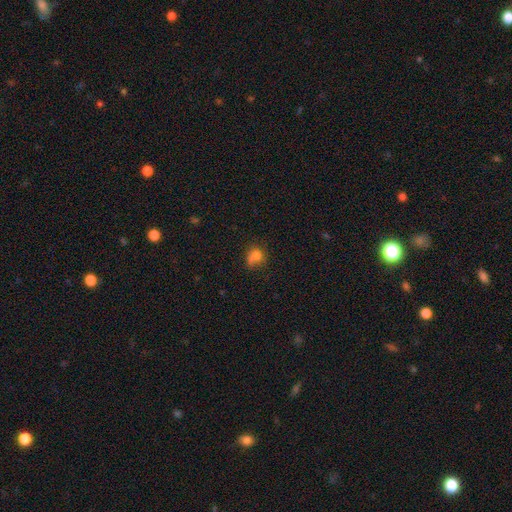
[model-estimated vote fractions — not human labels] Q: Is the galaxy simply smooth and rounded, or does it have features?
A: smooth — 74%.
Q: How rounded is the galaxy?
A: round — 68%.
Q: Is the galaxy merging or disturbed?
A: none — 43%.